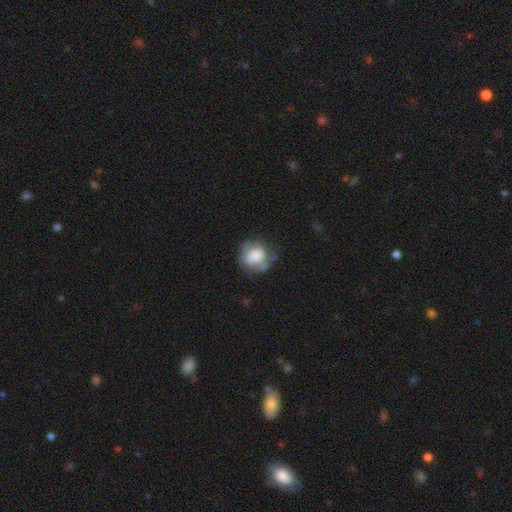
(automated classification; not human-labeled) smooth_or_featured: smooth (p=0.53) [alt: featured or disk p=0.38]
how_rounded: round (p=0.78) [alt: in between p=0.21]
merging: none (p=0.52) [alt: minor disturbance p=0.27]